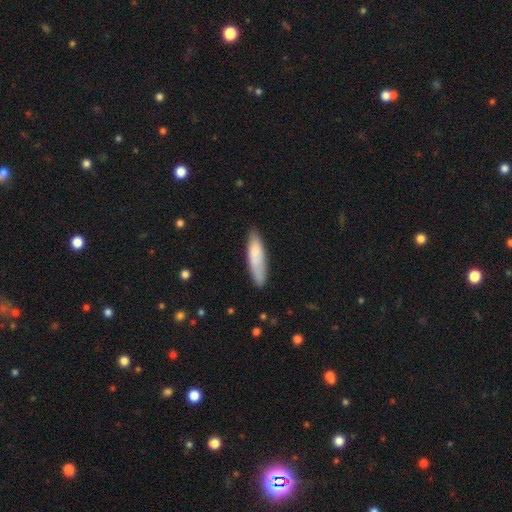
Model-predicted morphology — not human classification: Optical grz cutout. It shows a smooth galaxy with no disk features (77%) that is cigar-shaped (70%). Merging: none (76%).